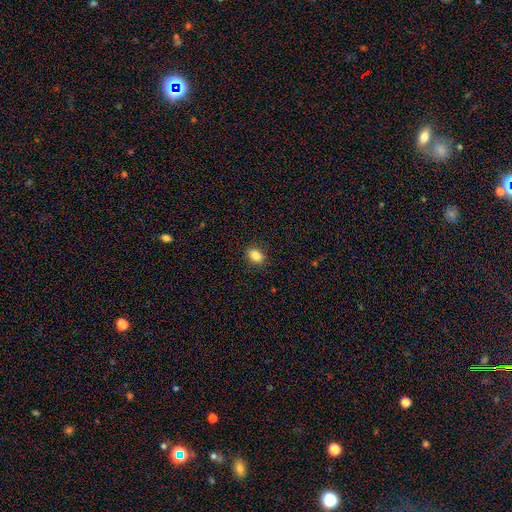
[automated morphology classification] smooth 85%, star or artifact 9%, featured or disk 5%. Down the decision tree: how rounded — in between (76%); merging — none (89%).